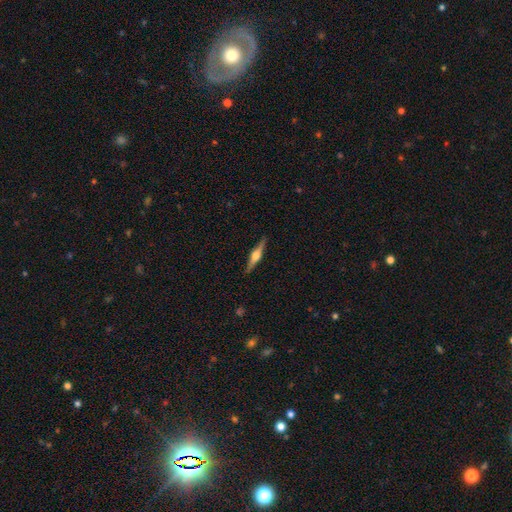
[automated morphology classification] A featured or disk galaxy (77%) viewed edge-on (98%) with a rounded central bulge (92%).

Vote fractions:
- Smooth or featured? featured or disk: 77% / smooth: 18% / star or artifact: 5%
- Edge-on disk? yes: 98% / no: 2%
- Edge-on bulge? rounded: 92% / boxy: 6% / none: 2%
- Merging? none: 90% / minor disturbance: 7% / major disturbance: 1% / merger: 1%